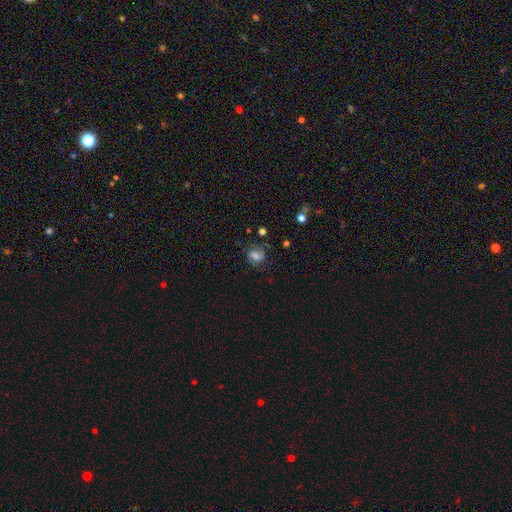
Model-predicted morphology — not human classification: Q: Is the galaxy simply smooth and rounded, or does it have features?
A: smooth — 59%.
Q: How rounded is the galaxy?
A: round — 52%.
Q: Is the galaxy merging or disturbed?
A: none — 63%.